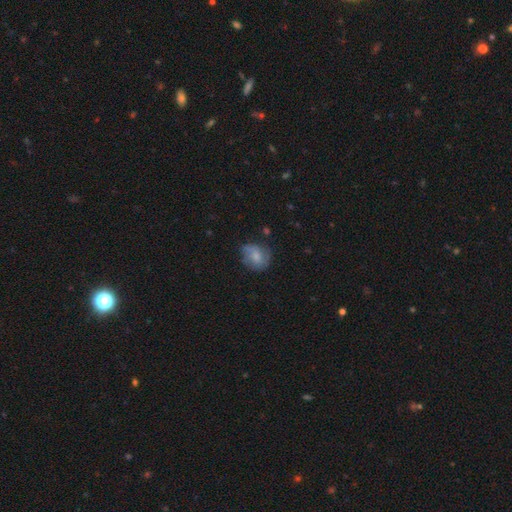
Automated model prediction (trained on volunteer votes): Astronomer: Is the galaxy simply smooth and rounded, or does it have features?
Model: smooth — 56% (runner-up: featured or disk, 36%).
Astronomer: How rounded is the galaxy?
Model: round — 58% (runner-up: in between, 41%).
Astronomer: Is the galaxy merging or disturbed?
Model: none — 58%.